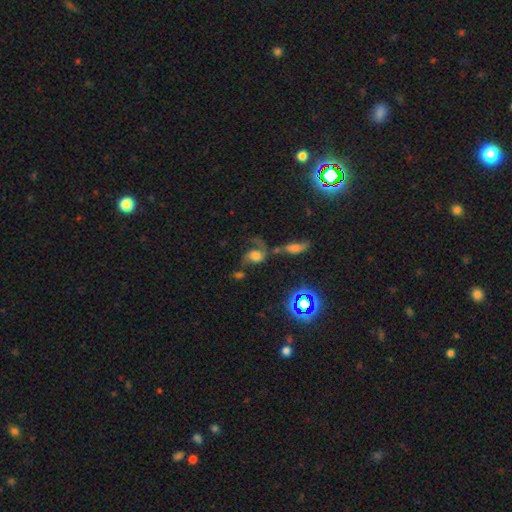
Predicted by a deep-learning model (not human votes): A featured or disk galaxy (56%) with no bar (67%), spiral arms (84%) and a large central bulge (35%). Merging: none (31%).